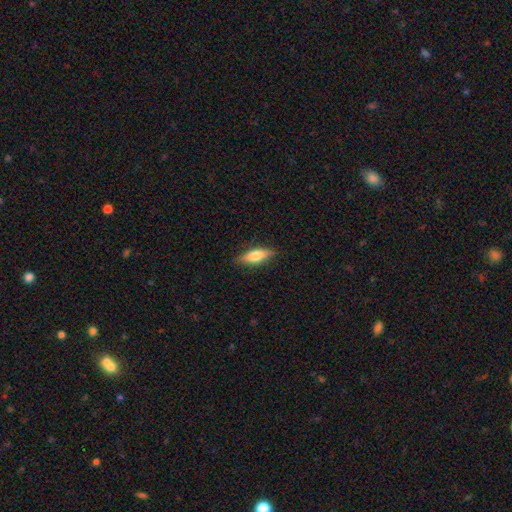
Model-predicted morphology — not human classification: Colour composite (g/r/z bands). It shows a smooth galaxy with no disk features (64%) that is in between round and cigar-shaped (56%). Merging: none (85%).